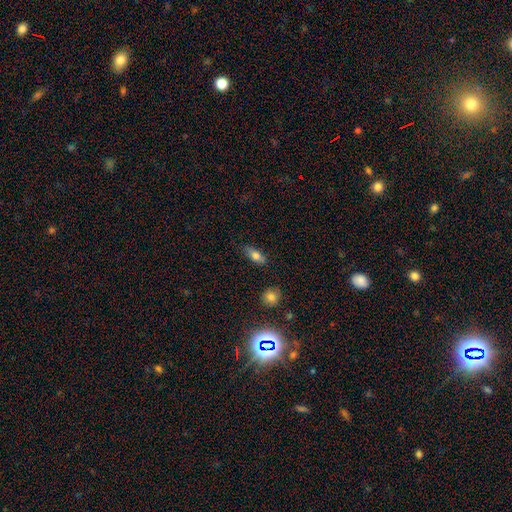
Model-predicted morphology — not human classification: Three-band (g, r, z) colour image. It shows a smooth galaxy with no disk features (76%) that is in between round and cigar-shaped (76%). Merging: none (80%).